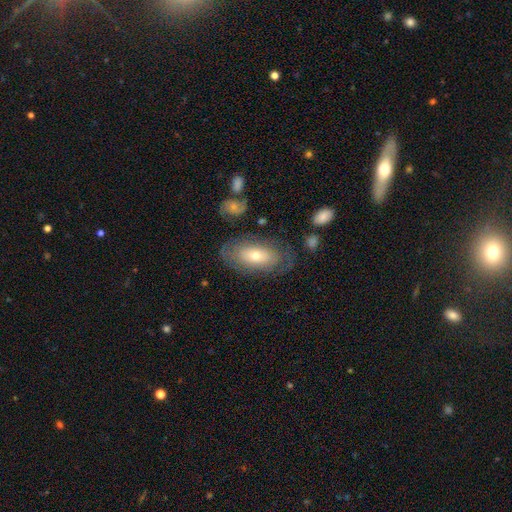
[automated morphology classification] smooth_or_featured: smooth (p=0.52) [alt: featured or disk p=0.40]
how_rounded: in between (p=0.88) [alt: cigar-shaped p=0.06]
merging: none (p=0.72) [alt: minor disturbance p=0.17]